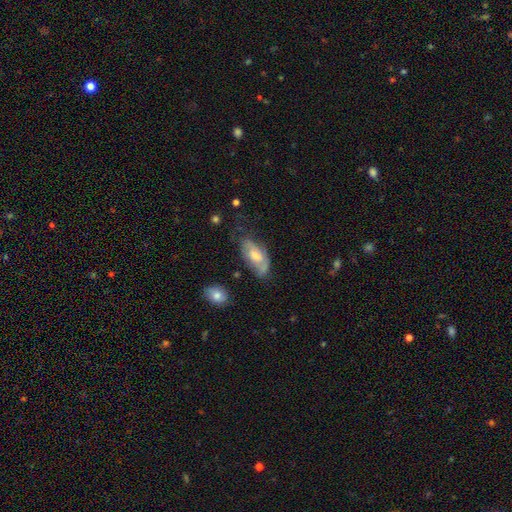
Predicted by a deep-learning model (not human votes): This is possibly a smooth galaxy (52%). How rounded: clearly in between (88%). Merging: possibly none (47%).